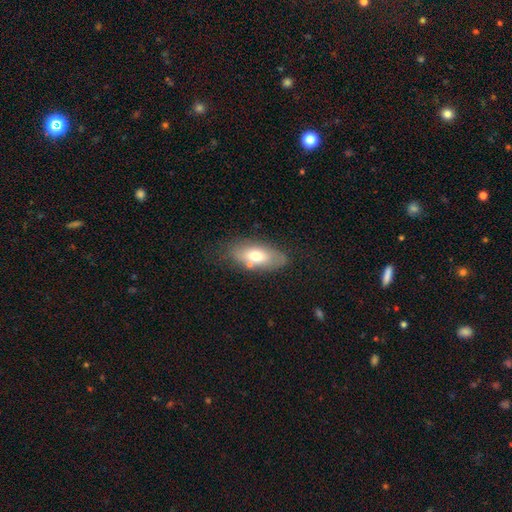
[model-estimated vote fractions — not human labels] Overall: smooth (67%). How rounded: in between (86%). Merging: none (72%).